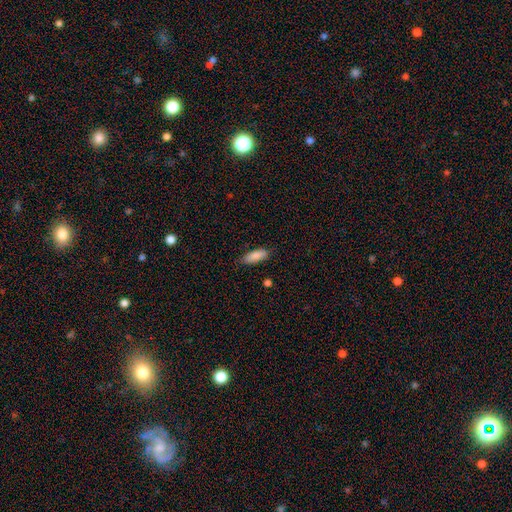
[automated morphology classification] A smooth galaxy with no disk features (87%) that is in between round and cigar-shaped (69%).

Vote fractions:
- Smooth or featured? smooth: 87% / featured or disk: 7% / star or artifact: 6%
- How rounded? in between: 69% / cigar-shaped: 30% / round: 2%
- Merging? none: 83% / minor disturbance: 13% / major disturbance: 2% / merger: 1%